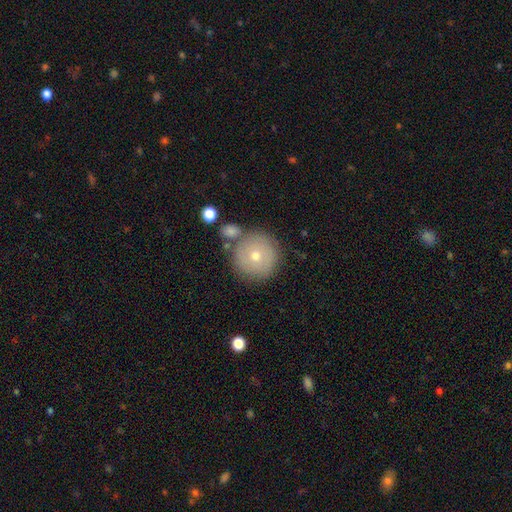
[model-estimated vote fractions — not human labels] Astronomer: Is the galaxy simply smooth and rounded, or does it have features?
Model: smooth — 57% (runner-up: featured or disk, 32%).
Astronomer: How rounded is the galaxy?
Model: round — 96%.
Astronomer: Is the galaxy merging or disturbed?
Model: none — 76%.